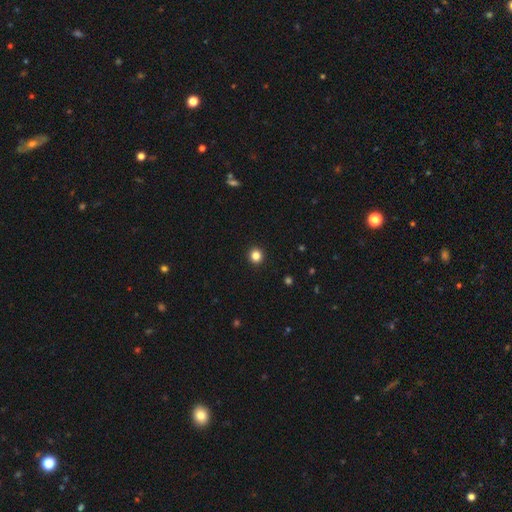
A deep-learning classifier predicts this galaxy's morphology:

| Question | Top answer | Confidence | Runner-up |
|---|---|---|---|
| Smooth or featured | smooth | 84% | star or artifact (12%) |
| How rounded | round | 93% | in between (6%) |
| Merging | none | 94% | minor disturbance (4%) |